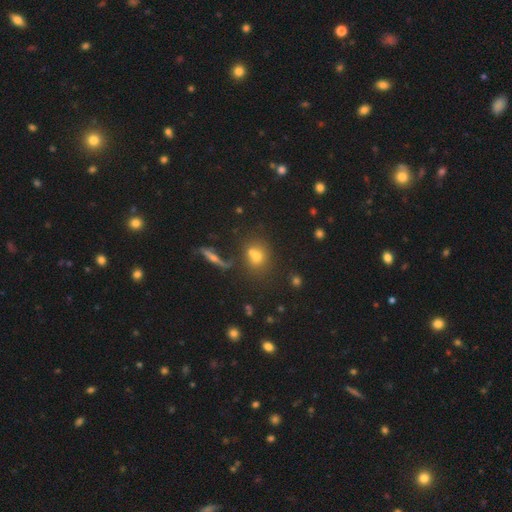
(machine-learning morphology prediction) Smooth or featured? smooth (62%)
How rounded? round (72%)
Merging? none (50%)